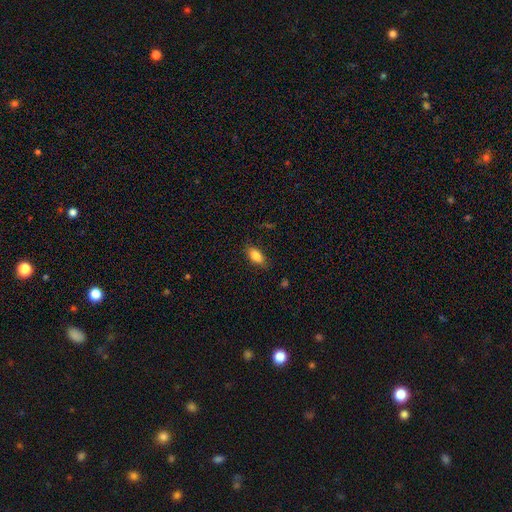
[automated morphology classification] Q: Smooth or featured?
A: smooth (84%); runner-up: featured or disk (8%)
Q: How rounded?
A: in between (87%); runner-up: cigar-shaped (8%)
Q: Merging?
A: none (84%); runner-up: minor disturbance (12%)